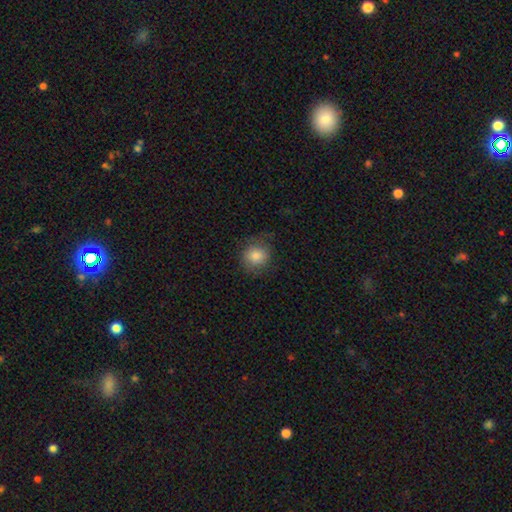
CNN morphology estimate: Smooth or featured? Predicted: smooth (p=0.82). How rounded? Predicted: round (p=0.83). Merging? Predicted: none (p=0.75).